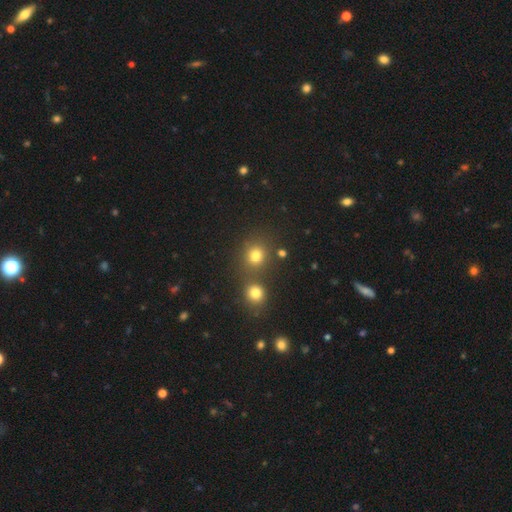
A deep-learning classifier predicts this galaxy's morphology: Smooth or featured?
  - smooth: 76% *
  - star or artifact: 18%
  - featured or disk: 7%
How rounded?
  - round: 84% *
  - in between: 15%
  - cigar-shaped: 1%
Merging?
  - none: 67% *
  - merger: 22%
  - minor disturbance: 8%
  - major disturbance: 3%